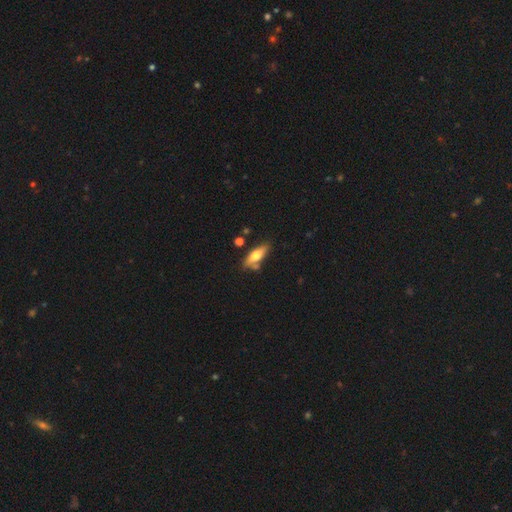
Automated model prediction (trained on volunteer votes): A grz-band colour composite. It shows a smooth galaxy with no disk features (60%) that is in between round and cigar-shaped (58%). Merging: none (66%).